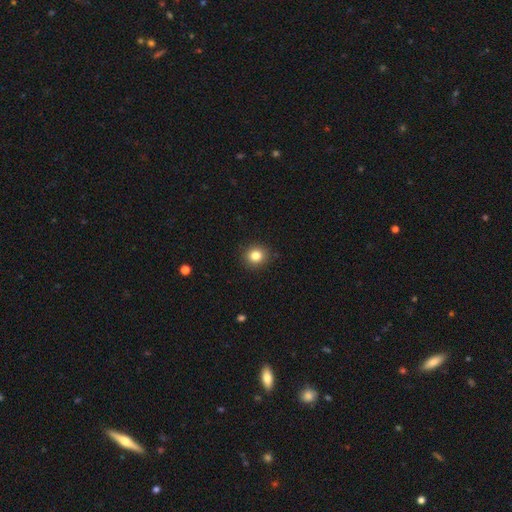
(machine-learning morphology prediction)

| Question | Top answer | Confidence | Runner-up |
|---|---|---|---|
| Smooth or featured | smooth | 83% | star or artifact (11%) |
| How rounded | round | 86% | in between (13%) |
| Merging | none | 91% | minor disturbance (6%) |